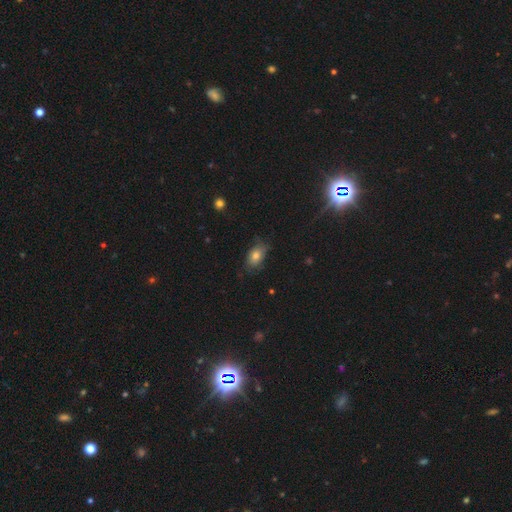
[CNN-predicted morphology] Smooth or featured: smooth — 75% (featured or disk — 15%)
How rounded: in between — 87% (round — 10%)
Merging: none — 70% (minor disturbance — 23%)